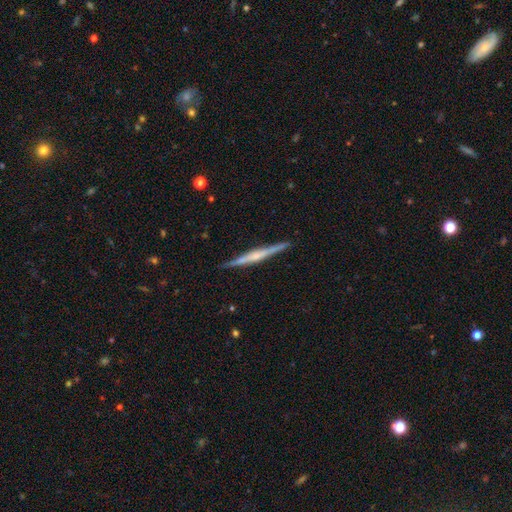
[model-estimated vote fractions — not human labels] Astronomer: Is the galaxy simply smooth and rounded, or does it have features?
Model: featured or disk — 74%.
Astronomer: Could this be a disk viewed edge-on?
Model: yes — 98%.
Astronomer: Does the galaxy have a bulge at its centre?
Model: rounded — 52%.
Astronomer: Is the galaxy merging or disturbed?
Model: none — 90%.